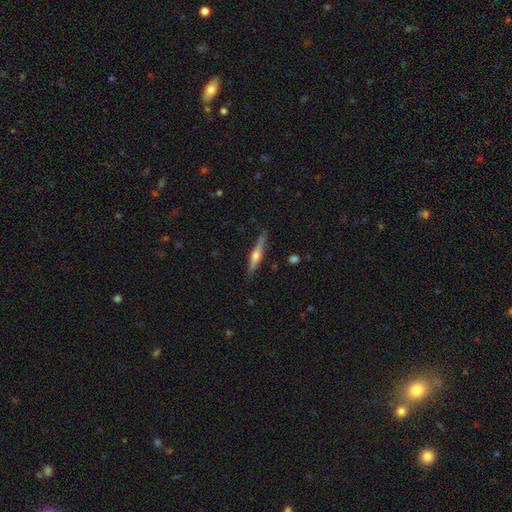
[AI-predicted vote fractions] A featured or disk galaxy (64%) viewed edge-on (97%) with a rounded central bulge (90%).

Vote fractions:
- Smooth or featured? featured or disk: 64% / smooth: 30% / star or artifact: 6%
- Edge-on disk? yes: 97% / no: 3%
- Edge-on bulge? rounded: 90% / boxy: 6% / none: 4%
- Merging? none: 83% / minor disturbance: 12% / major disturbance: 2% / merger: 2%